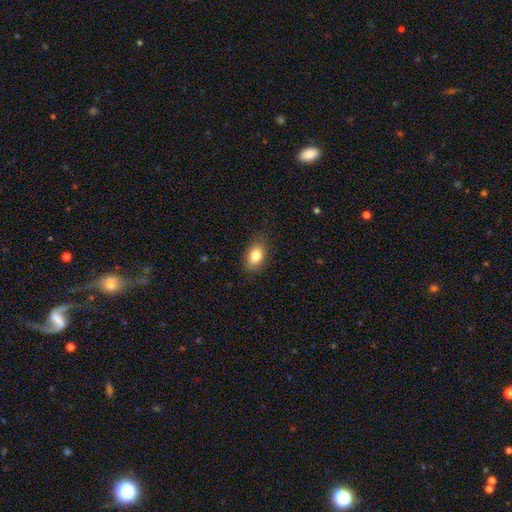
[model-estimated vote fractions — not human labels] Overall: smooth (82%). How rounded: in between (86%). Merging: none (81%).